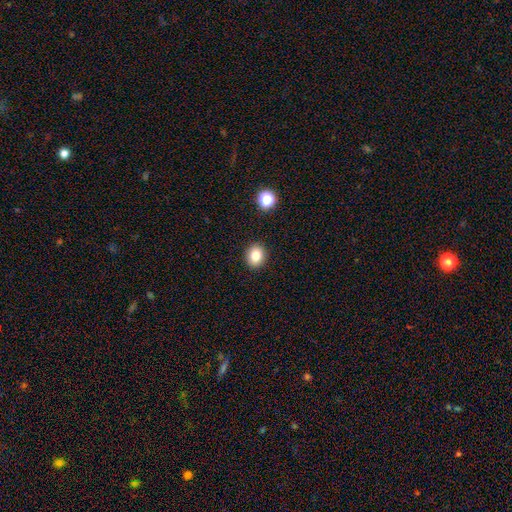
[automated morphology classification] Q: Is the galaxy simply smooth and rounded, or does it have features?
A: smooth — 83%.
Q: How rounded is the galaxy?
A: round — 62%.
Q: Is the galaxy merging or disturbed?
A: none — 90%.